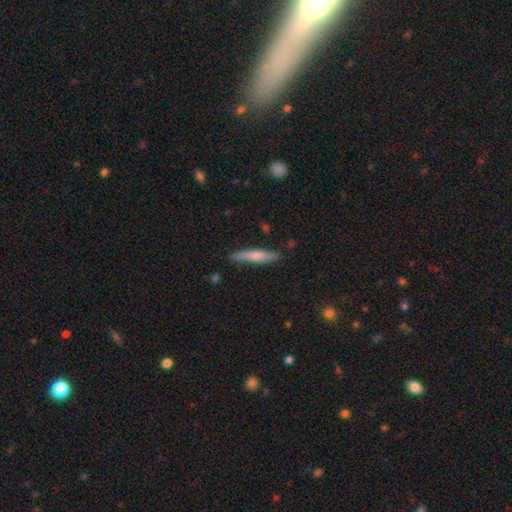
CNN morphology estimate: smooth_or_featured: smooth (p=0.61) [alt: featured or disk p=0.34]
how_rounded: cigar-shaped (p=0.89) [alt: in between p=0.09]
merging: none (p=0.83) [alt: minor disturbance p=0.13]